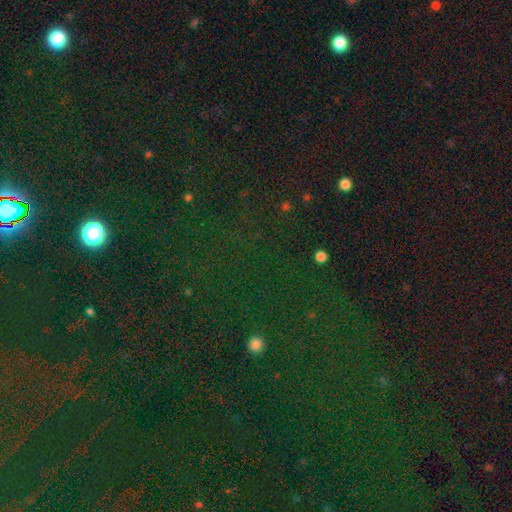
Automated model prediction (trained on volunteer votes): A star or artifact, not a galaxy (81%).